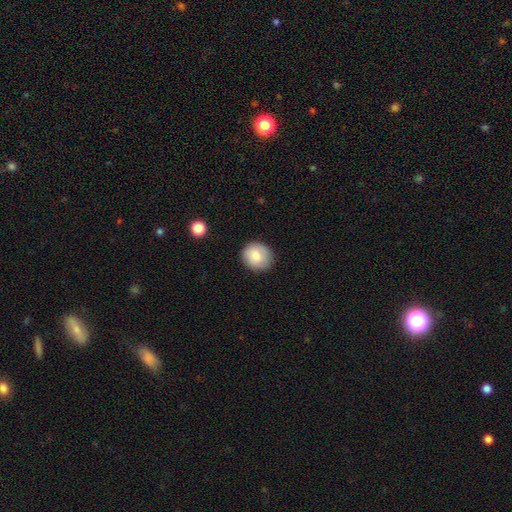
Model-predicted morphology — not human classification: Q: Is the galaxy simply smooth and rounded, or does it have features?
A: smooth — 84%.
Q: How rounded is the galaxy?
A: round — 76%.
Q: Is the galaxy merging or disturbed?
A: none — 86%.